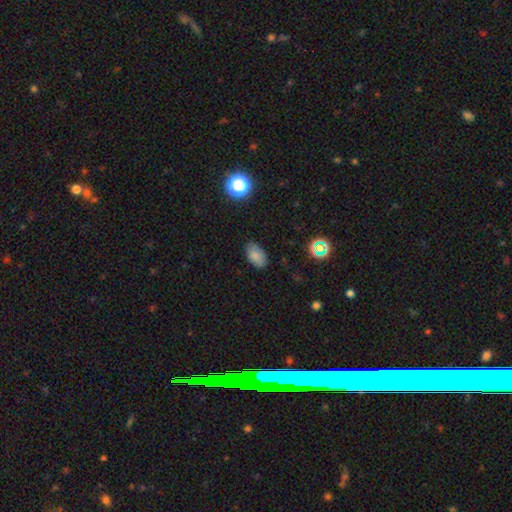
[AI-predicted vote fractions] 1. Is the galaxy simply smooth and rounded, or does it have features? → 81% smooth, 11% star or artifact, 8% featured or disk.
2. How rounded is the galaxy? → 92% in between, 7% round, 2% cigar-shaped.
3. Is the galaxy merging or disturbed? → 81% none, 15% minor disturbance, 3% major disturbance, 1% merger.